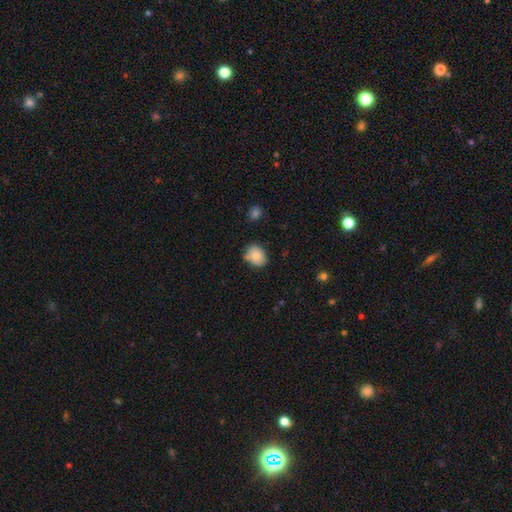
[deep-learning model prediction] smooth-or-featured: smooth: 82% | featured or disk: 10% | star or artifact: 8%
  how-rounded: in between: 51% | round: 49% | cigar-shaped: 1%
  merging: none: 70% | minor disturbance: 22% | merger: 4% | major disturbance: 4%